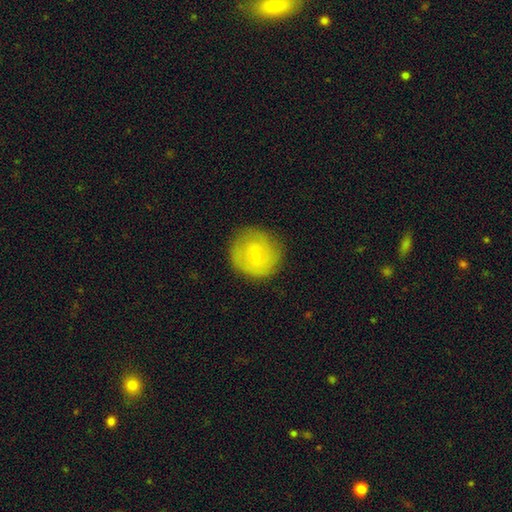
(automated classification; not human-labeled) This appears to be a smooth galaxy with no disk features (55%) that is round (92%). Merging: none (83%).